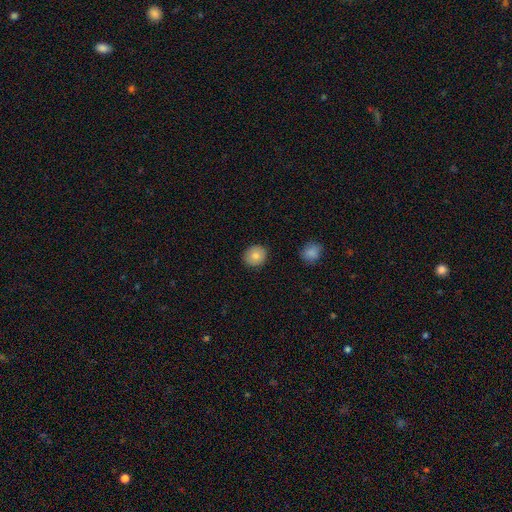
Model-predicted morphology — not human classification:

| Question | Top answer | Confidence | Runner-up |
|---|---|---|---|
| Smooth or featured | smooth | 82% | featured or disk (10%) |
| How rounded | round | 77% | in between (22%) |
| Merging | none | 89% | minor disturbance (7%) |